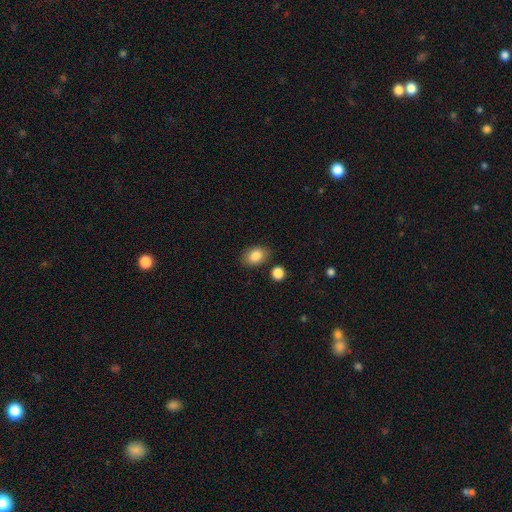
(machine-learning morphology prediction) The model was most divided on "how rounded": in between: 79%, round: 20%, cigar-shaped: 1%. More confident: smooth or featured — smooth (86%); merging — none (81%).